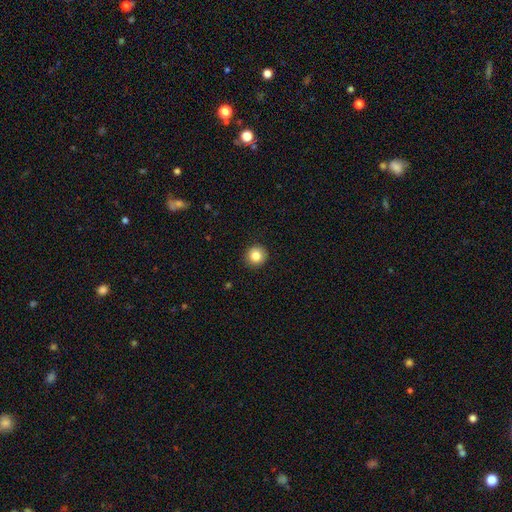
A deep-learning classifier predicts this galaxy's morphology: A smooth galaxy with no disk features (85%) that is round (95%). Merging: none (92%).